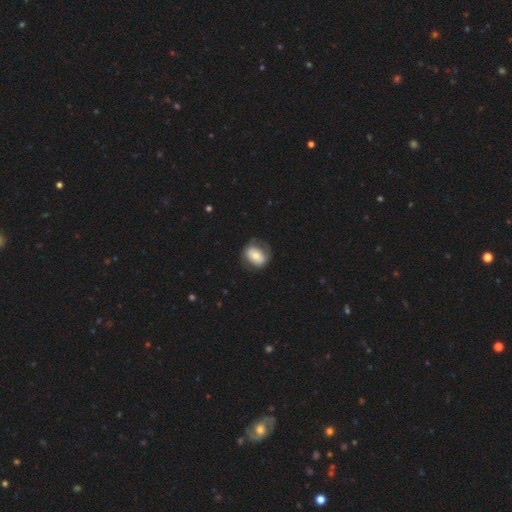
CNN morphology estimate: The model was most divided on "how rounded": in between: 63%, round: 36%, cigar-shaped: 1%. More confident: merging — none (64%); smooth or featured — smooth (62%).